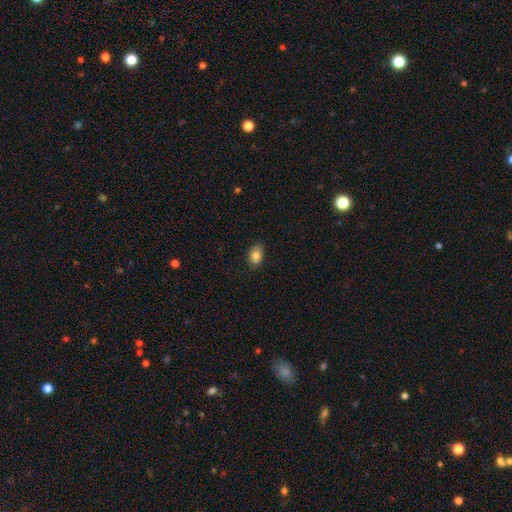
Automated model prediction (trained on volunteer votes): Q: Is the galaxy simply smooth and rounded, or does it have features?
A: smooth — 82%.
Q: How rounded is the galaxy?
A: in between — 82%.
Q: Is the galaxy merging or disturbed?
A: none — 80%.